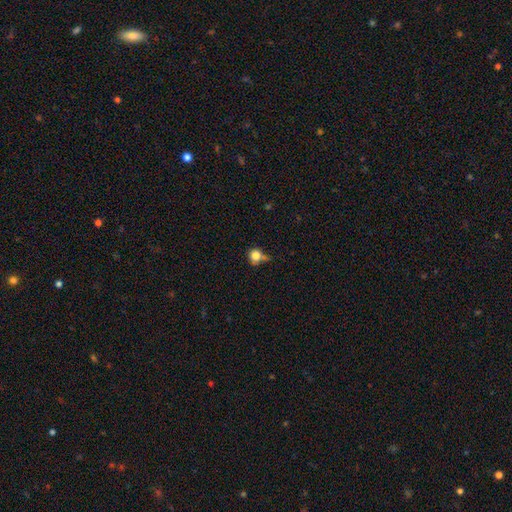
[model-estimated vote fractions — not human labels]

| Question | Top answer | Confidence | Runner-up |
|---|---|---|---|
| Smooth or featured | smooth | 80% | star or artifact (11%) |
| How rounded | round | 85% | in between (13%) |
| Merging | none | 50% | minor disturbance (25%) |